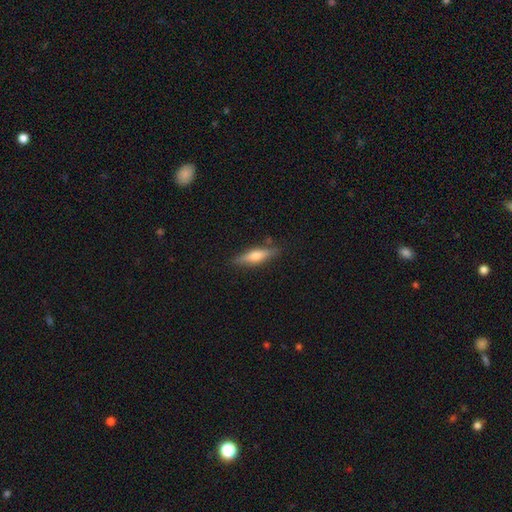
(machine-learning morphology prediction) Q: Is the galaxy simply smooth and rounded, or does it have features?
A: featured or disk — 49%.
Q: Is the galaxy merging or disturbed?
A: none — 84%.